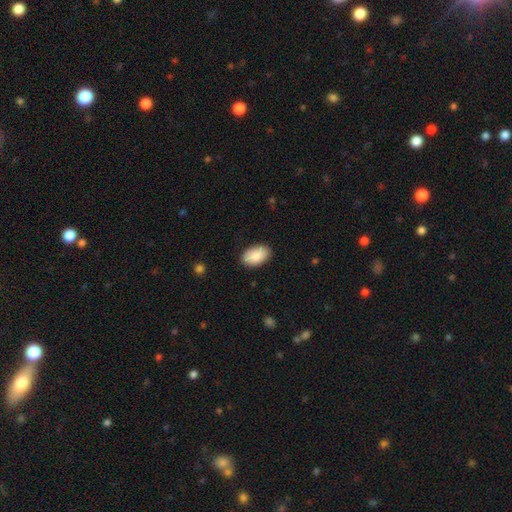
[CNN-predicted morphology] smooth_or_featured: smooth (p=0.88) [alt: featured or disk p=0.06]
how_rounded: in between (p=0.95) [alt: round p=0.04]
merging: none (p=0.87) [alt: minor disturbance p=0.10]